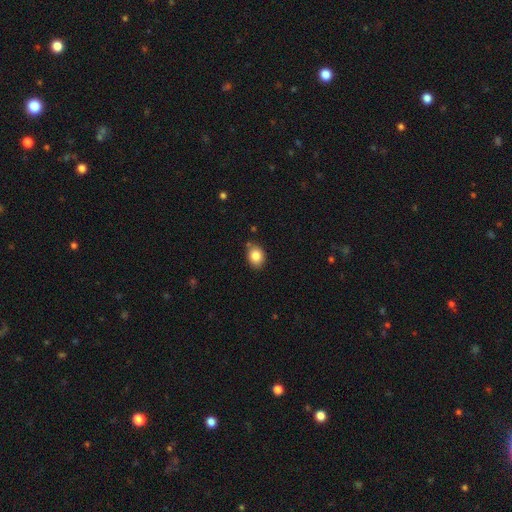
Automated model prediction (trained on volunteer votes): smooth 84%, star or artifact 9%, featured or disk 7%. Down the decision tree: how rounded — in between (55%); merging — none (81%).